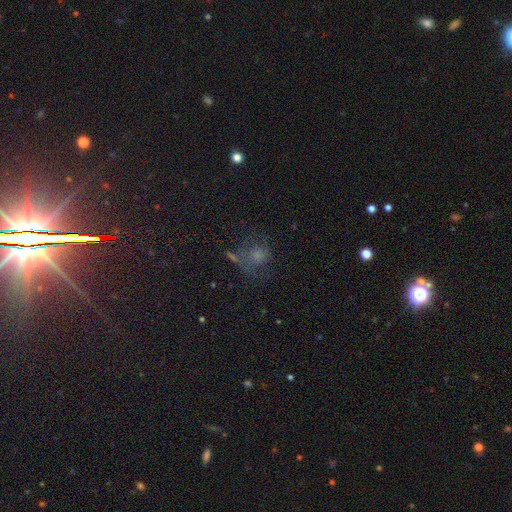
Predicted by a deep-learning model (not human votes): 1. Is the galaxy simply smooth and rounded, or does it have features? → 42% smooth, 29% featured or disk, 28% star or artifact.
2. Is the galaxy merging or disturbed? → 46% none, 26% major disturbance, 21% minor disturbance, 8% merger.